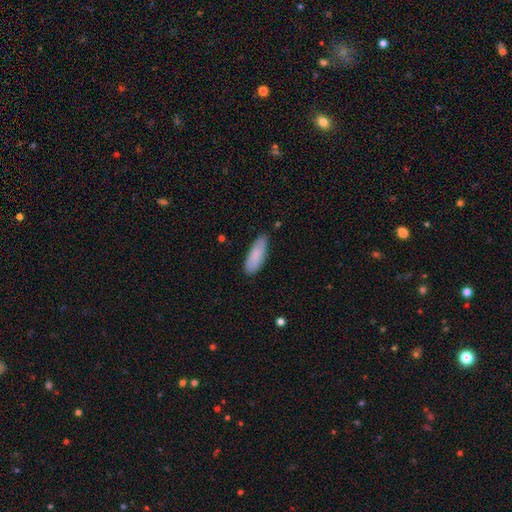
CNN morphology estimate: Overall: smooth (86%). How rounded: in between (66%; cigar-shaped 32%). Merging: none (73%).